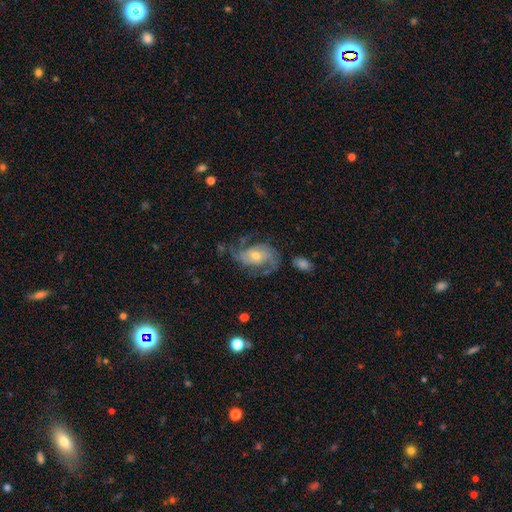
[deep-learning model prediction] Smooth or featured? featured or disk (81%)
Edge-on disk? no (97%)
Bar? no (59%)
Spiral arms? yes (93%)
Spiral winding? medium (46%)
Spiral arm count? 2 (63%)
Bulge size? moderate (49%)
Merging? none (60%)